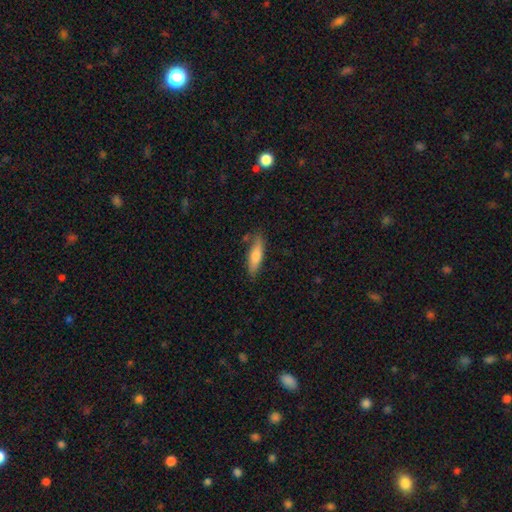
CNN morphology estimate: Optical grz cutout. It shows a smooth galaxy with no disk features (70%) that is cigar-shaped (59%). Merging: none (76%).